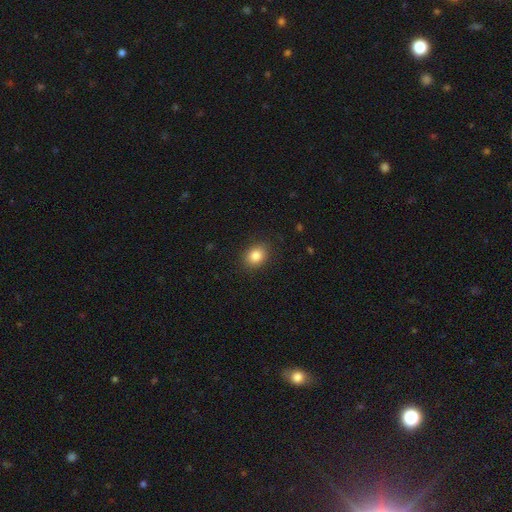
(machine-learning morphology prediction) A smooth galaxy with no disk features (85%) that is in between round and cigar-shaped (52%).

Vote fractions:
- Smooth or featured? smooth: 85% / star or artifact: 10% / featured or disk: 6%
- How rounded? in between: 52% / round: 47% / cigar-shaped: 1%
- Merging? none: 87% / minor disturbance: 9% / major disturbance: 3% / merger: 1%